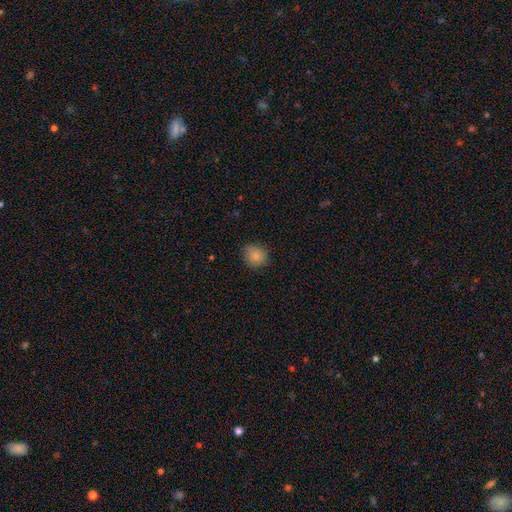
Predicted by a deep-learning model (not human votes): This is clearly a smooth galaxy (84%). How rounded: likely round (80%). Merging: clearly none (83%).